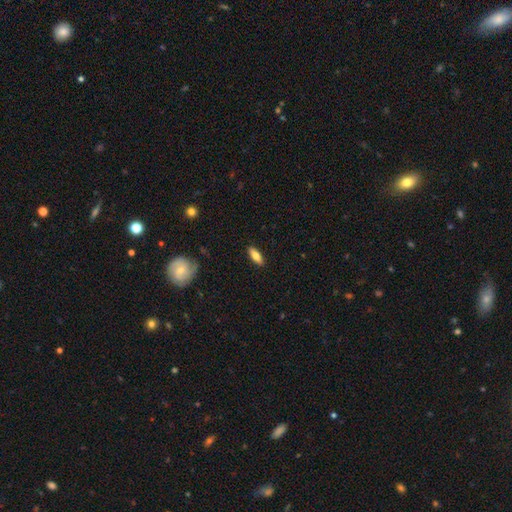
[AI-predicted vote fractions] The model was most divided on "how rounded": in between: 68%, cigar-shaped: 30%, round: 2%. More confident: merging — none (89%); smooth or featured — smooth (74%).